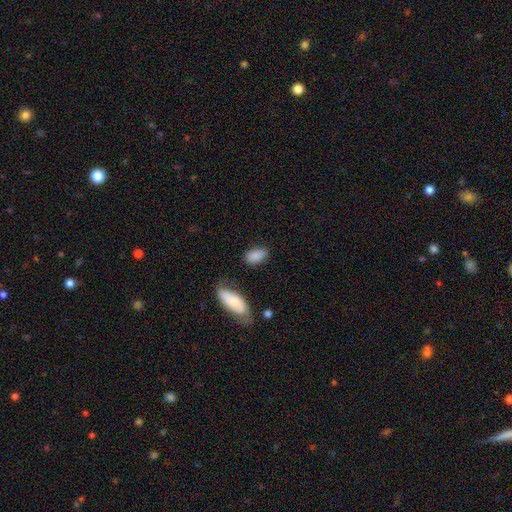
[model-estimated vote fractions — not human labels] smooth_or_featured: smooth (p=0.86) [alt: star or artifact p=0.07]
how_rounded: in between (p=0.91) [alt: cigar-shaped p=0.05]
merging: none (p=0.71) [alt: minor disturbance p=0.18]